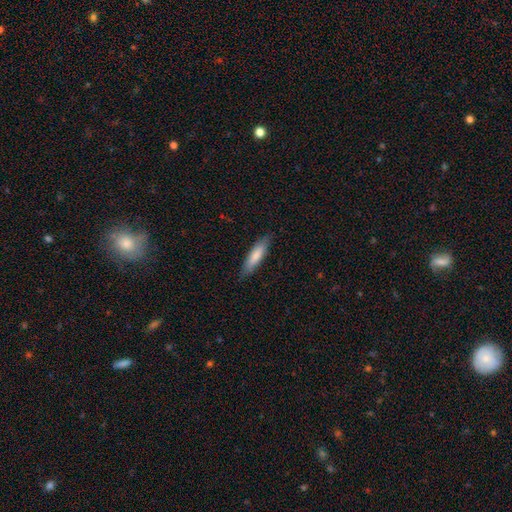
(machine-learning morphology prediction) Smooth or featured: smooth — 78% (featured or disk — 17%)
How rounded: cigar-shaped — 74% (in between — 25%)
Merging: none — 84% (minor disturbance — 13%)